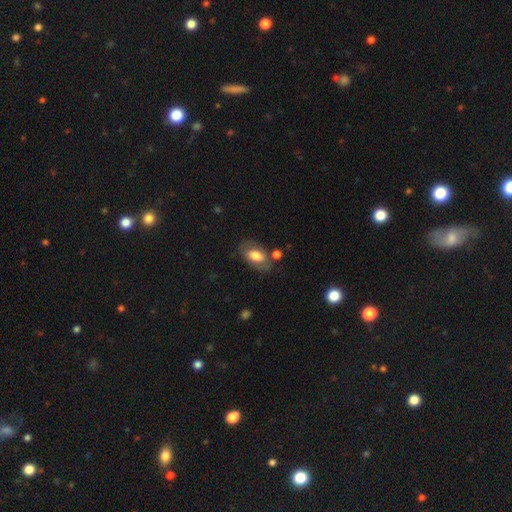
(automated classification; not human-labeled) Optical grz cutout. It shows a smooth galaxy with no disk features (69%) that is in between round and cigar-shaped (91%). Merging: none (66%).